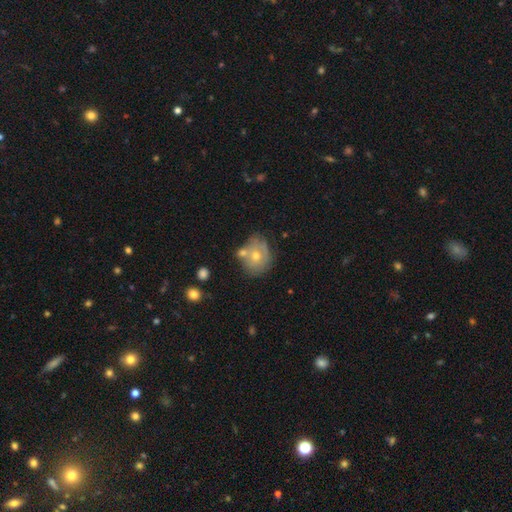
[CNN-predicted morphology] Smooth or featured: smooth — 53% (featured or disk — 37%)
How rounded: round — 66% (in between — 33%)
Merging: none — 52% (merger — 21%)